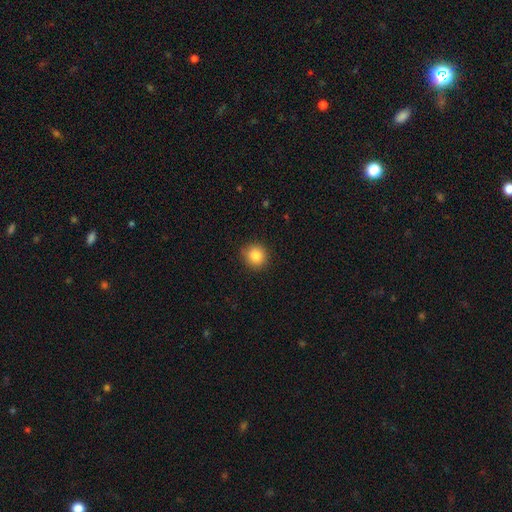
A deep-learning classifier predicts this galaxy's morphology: This is clearly a smooth galaxy (84%). How rounded: clearly round (89%). Merging: clearly none (88%).